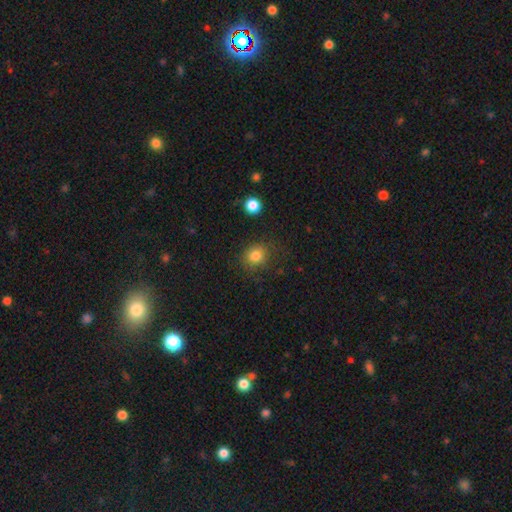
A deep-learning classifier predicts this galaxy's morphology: smooth_or_featured: smooth (p=0.81) [alt: star or artifact p=0.13]
how_rounded: round (p=0.77) [alt: in between p=0.22]
merging: none (p=0.78) [alt: minor disturbance p=0.14]